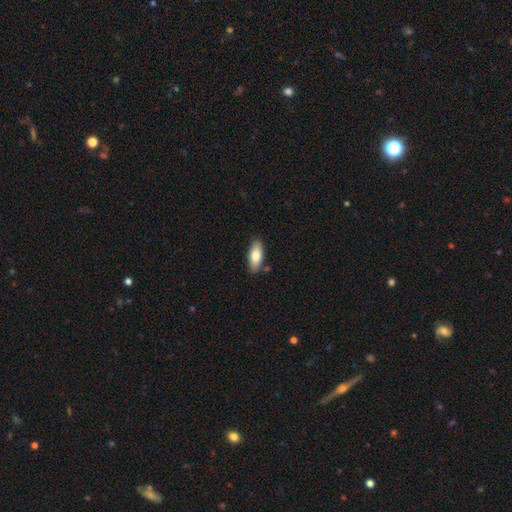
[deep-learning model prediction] Q: Smooth or featured?
A: smooth (77%); runner-up: featured or disk (17%)
Q: How rounded?
A: in between (79%); runner-up: cigar-shaped (19%)
Q: Merging?
A: none (84%); runner-up: minor disturbance (11%)